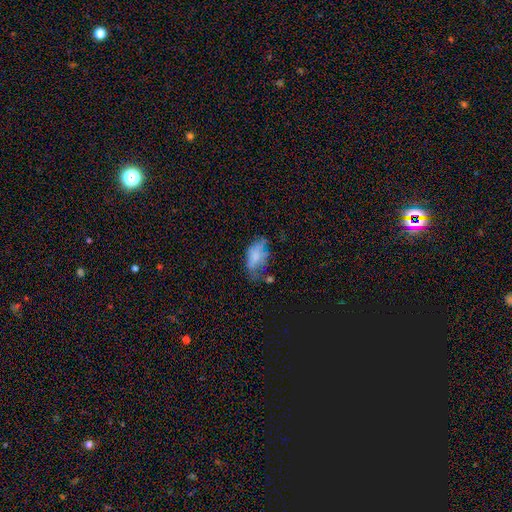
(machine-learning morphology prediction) Smooth or featured?
  - smooth: 60% *
  - featured or disk: 29%
  - star or artifact: 11%
How rounded?
  - in between: 90% *
  - cigar-shaped: 5%
  - round: 5%
Merging?
  - none: 33% *
  - minor disturbance: 31%
  - major disturbance: 28%
  - merger: 8%